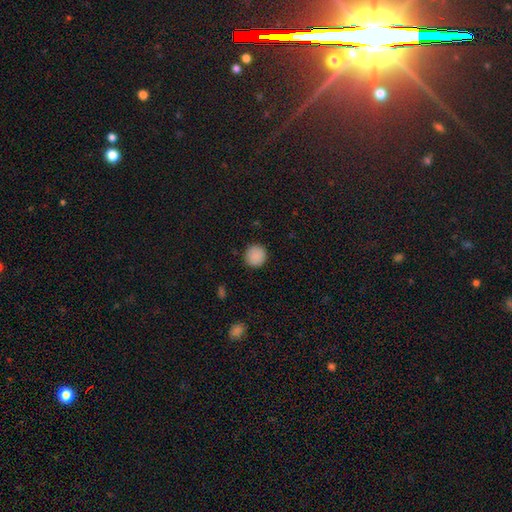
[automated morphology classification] Smooth or featured? smooth (89%)
How rounded? round (95%)
Merging? none (91%)